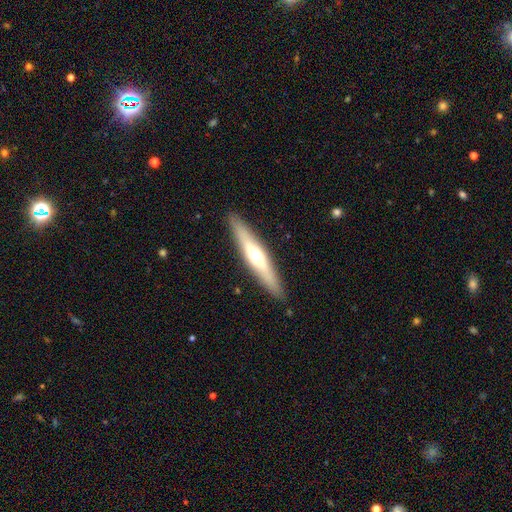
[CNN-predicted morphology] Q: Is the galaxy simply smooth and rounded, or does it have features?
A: featured or disk — 59%.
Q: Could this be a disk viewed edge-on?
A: yes — 92%.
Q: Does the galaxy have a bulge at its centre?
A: rounded — 86%.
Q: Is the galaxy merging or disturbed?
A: none — 90%.